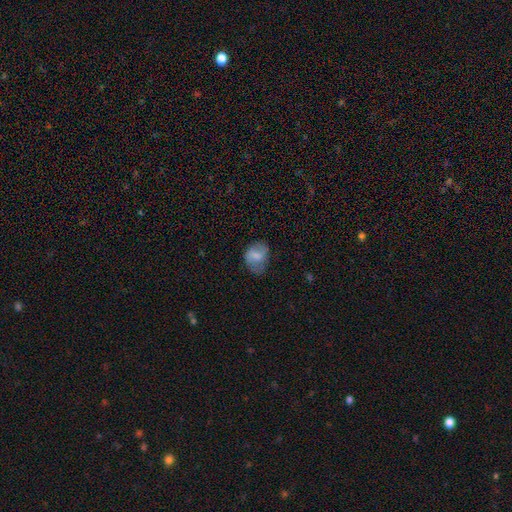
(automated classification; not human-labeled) Morphology: type=smooth (67%); roundness=in between (66%); merging=none (53%).